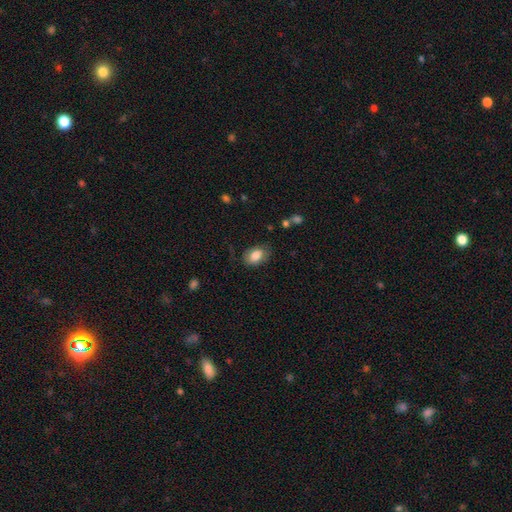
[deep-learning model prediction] A smooth galaxy with no disk features (81%) that is in between round and cigar-shaped (86%).

Vote fractions:
- Smooth or featured? smooth: 81% / featured or disk: 11% / star or artifact: 7%
- How rounded? in between: 86% / round: 13% / cigar-shaped: 1%
- Merging? none: 74% / minor disturbance: 19% / major disturbance: 6% / merger: 2%